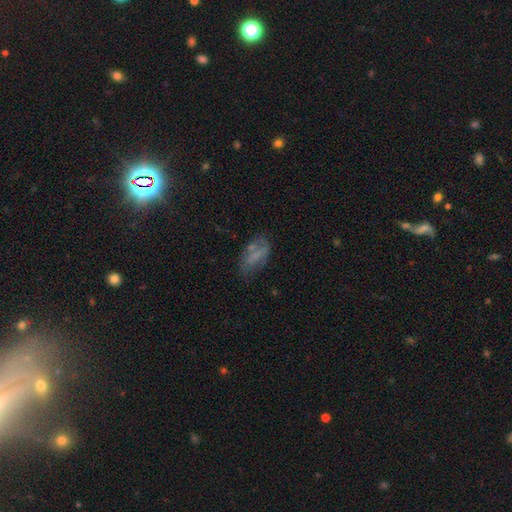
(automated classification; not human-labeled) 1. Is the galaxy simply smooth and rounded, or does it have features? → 50% smooth, 36% featured or disk, 14% star or artifact.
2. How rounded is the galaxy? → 83% in between, 13% cigar-shaped, 4% round.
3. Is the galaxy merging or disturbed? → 53% none, 26% minor disturbance, 17% major disturbance, 4% merger.